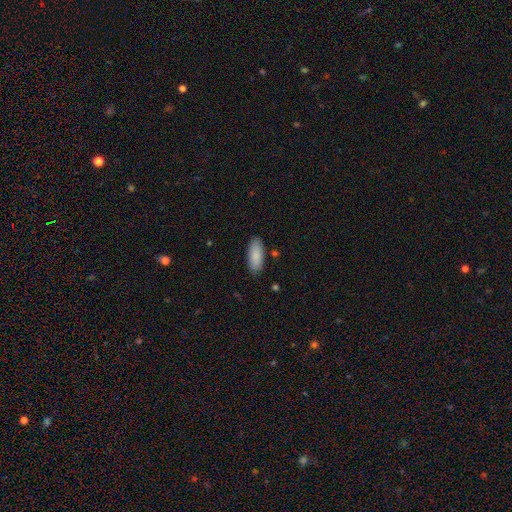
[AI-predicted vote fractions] smooth_or_featured: smooth (p=0.87) [alt: featured or disk p=0.07]
how_rounded: in between (p=0.83) [alt: cigar-shaped p=0.15]
merging: none (p=0.86) [alt: minor disturbance p=0.11]